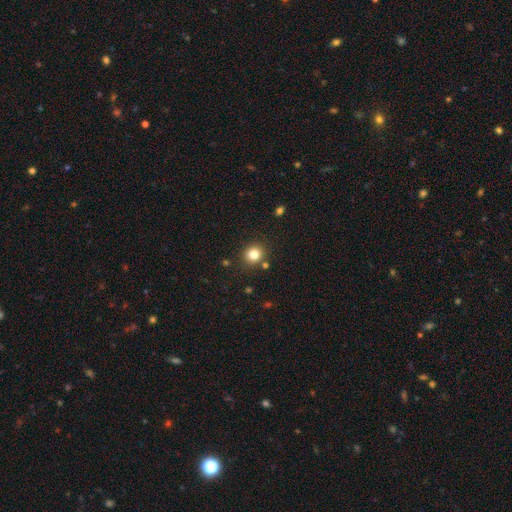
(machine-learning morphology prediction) This appears to be a smooth galaxy with no disk features (80%) that is round (87%). Merging: none (86%).